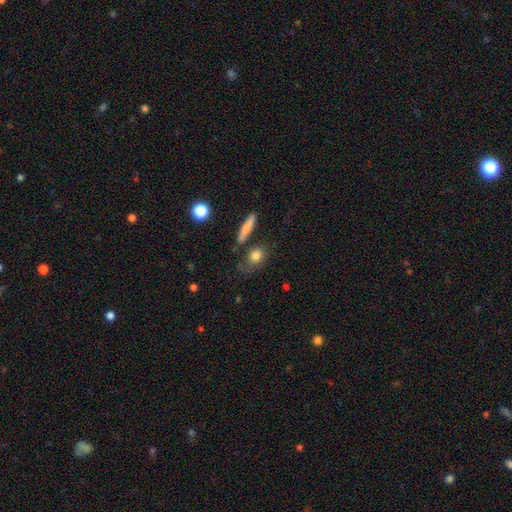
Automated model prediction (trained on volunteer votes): A smooth galaxy with no disk features (80%) that is round (45%). Merging: none (63%).